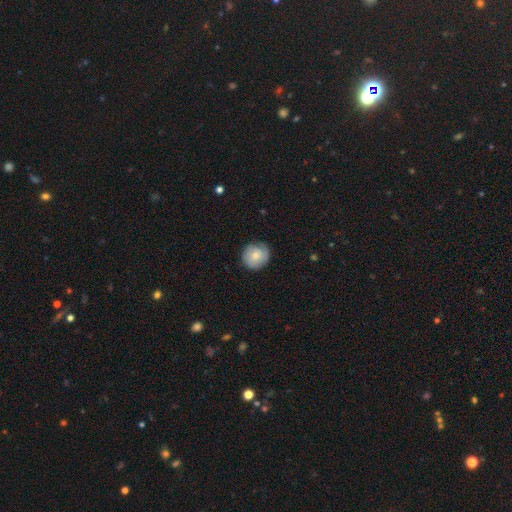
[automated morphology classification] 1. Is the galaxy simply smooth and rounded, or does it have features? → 70% smooth, 23% featured or disk, 7% star or artifact.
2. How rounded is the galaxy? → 88% round, 11% in between, 1% cigar-shaped.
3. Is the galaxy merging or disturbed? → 78% none, 17% minor disturbance, 4% major disturbance, 1% merger.